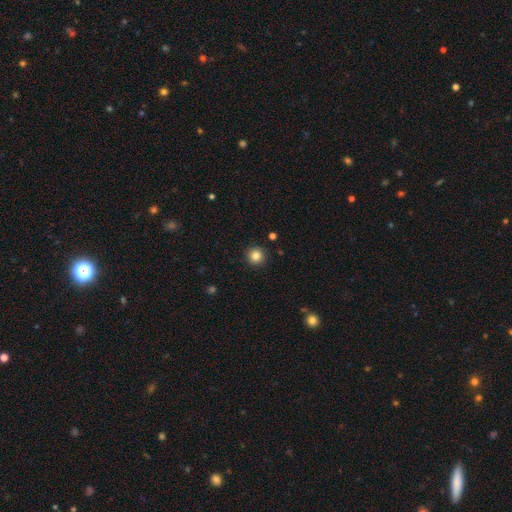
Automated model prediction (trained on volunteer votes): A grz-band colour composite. It shows a smooth galaxy with no disk features (84%) that is round (95%). Merging: none (92%).